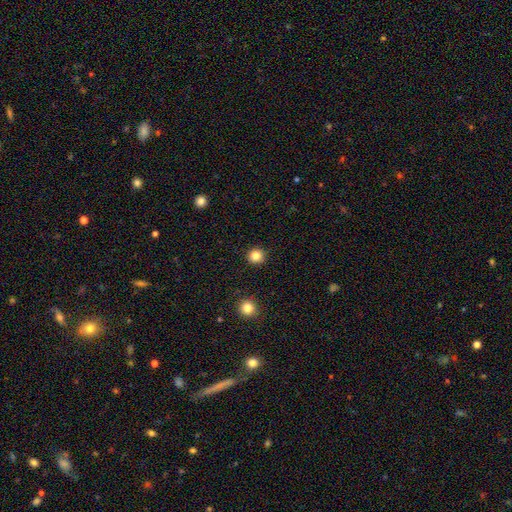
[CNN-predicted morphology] Smooth or featured? smooth (83%)
How rounded? round (94%)
Merging? none (92%)